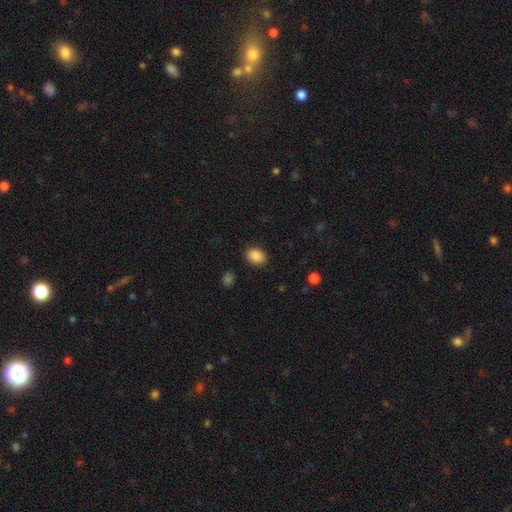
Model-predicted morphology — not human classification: Overall: smooth (88%). How rounded: in between (72%). Merging: none (87%).